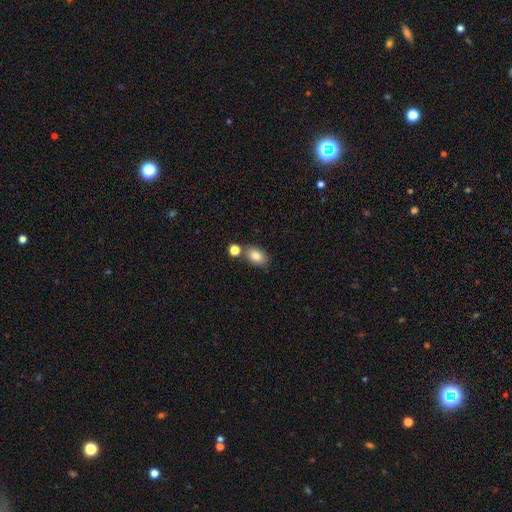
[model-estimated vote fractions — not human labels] Q: Smooth or featured?
A: smooth (83%); runner-up: star or artifact (9%)
Q: How rounded?
A: in between (85%); runner-up: round (14%)
Q: Merging?
A: none (70%); runner-up: merger (16%)